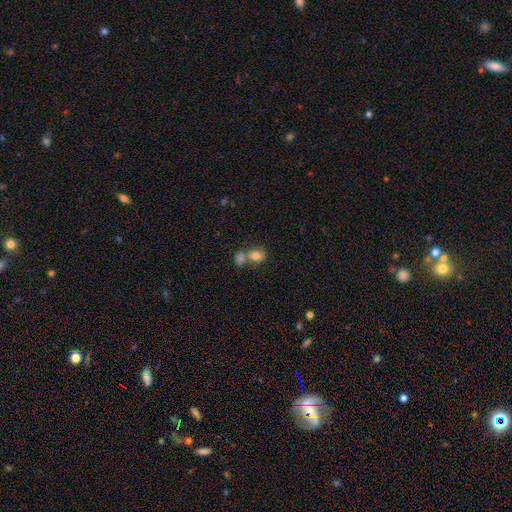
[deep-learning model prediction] smooth_or_featured: smooth (p=0.79) [alt: featured or disk p=0.11]
how_rounded: round (p=0.56) [alt: in between p=0.43]
merging: merger (p=0.50) [alt: none p=0.37]